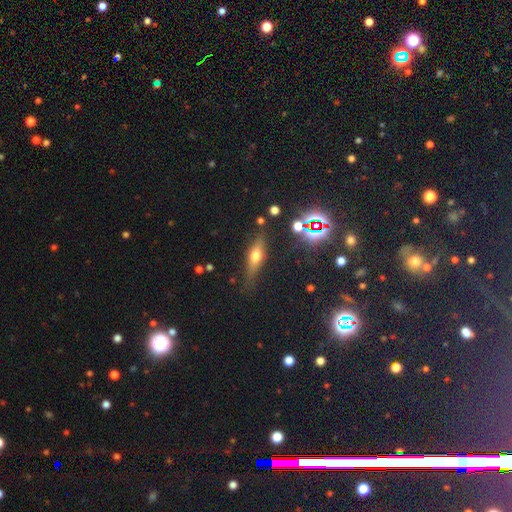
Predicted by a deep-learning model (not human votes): Morphology: type=smooth (45%); merging=none (78%).